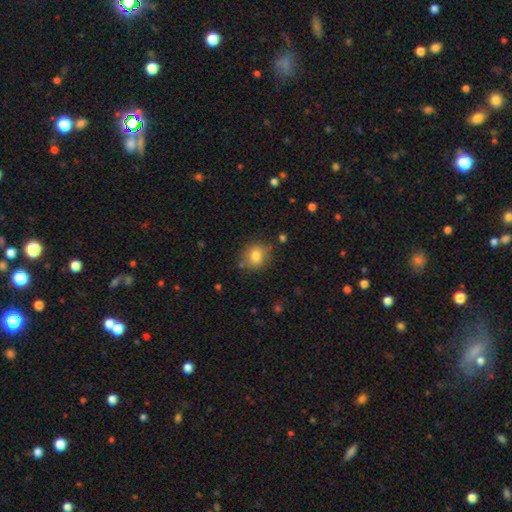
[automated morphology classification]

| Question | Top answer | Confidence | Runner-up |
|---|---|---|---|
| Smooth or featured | smooth | 80% | featured or disk (10%) |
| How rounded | round | 70% | in between (29%) |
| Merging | none | 79% | minor disturbance (14%) |